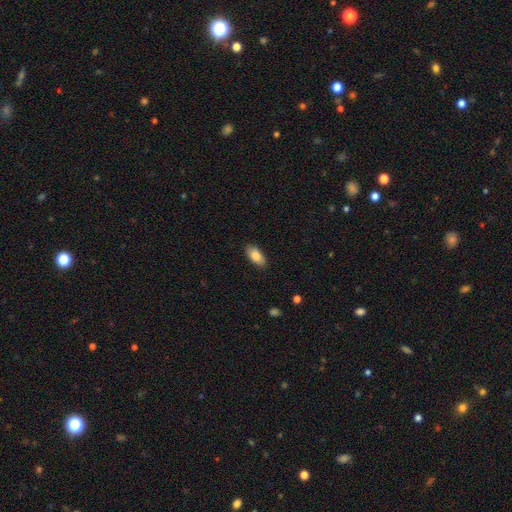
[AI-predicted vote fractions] Morphology: type=smooth (85%); roundness=in between (90%); merging=none (87%).